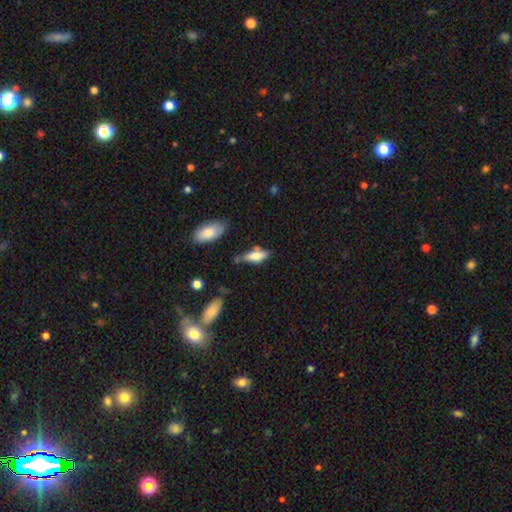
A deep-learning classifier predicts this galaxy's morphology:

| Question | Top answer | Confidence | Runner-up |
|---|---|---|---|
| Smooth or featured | smooth | 69% | featured or disk (23%) |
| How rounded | in between | 58% | cigar-shaped (40%) |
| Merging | none | 52% | minor disturbance (28%) |